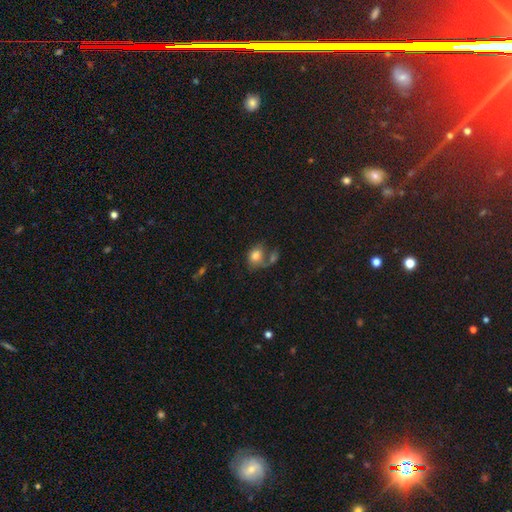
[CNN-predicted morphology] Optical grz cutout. It shows a smooth galaxy with no disk features (76%) that is in between round and cigar-shaped (59%). Merging: merger (39%).